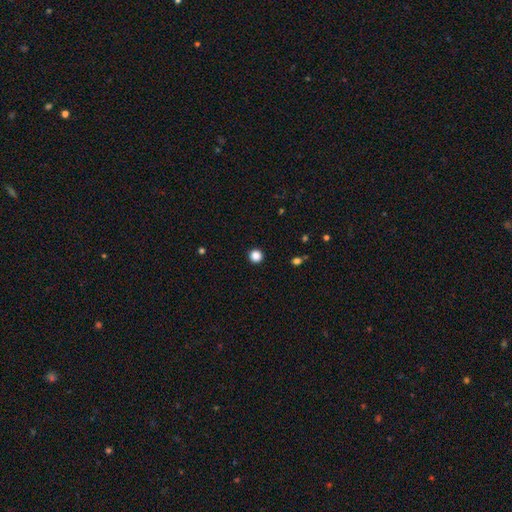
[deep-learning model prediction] Smooth or featured: smooth — 86% (star or artifact — 11%)
How rounded: round — 96% (in between — 3%)
Merging: none — 93% (minor disturbance — 4%)